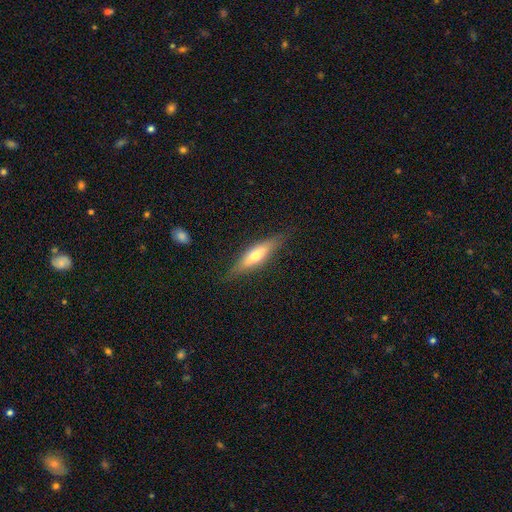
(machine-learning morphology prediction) Smooth or featured? Predicted: smooth (p=0.48). Merging? Predicted: none (p=0.82).